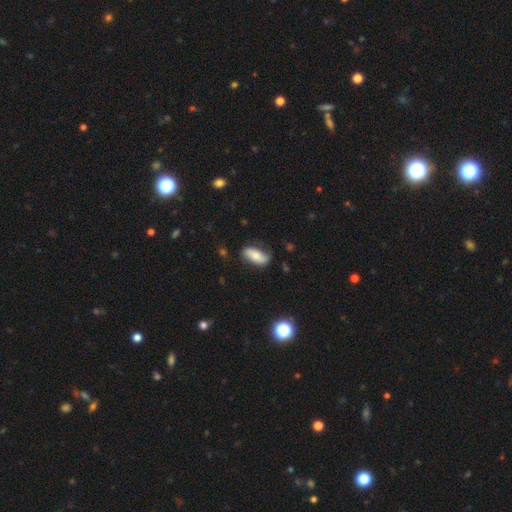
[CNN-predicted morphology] Smooth or featured? smooth (65%)
How rounded? in between (83%)
Merging? none (73%)